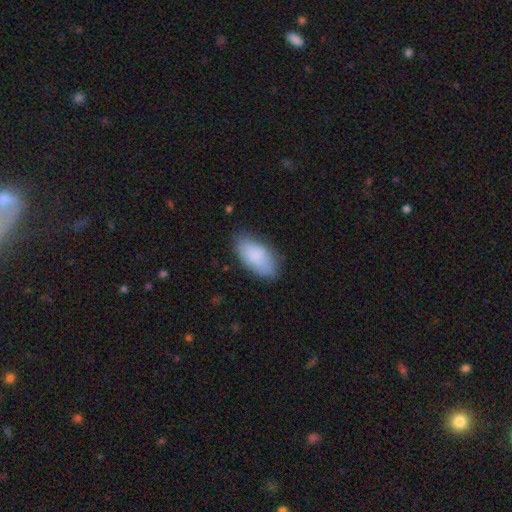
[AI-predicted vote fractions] Smooth or featured? Predicted: smooth (p=0.87). How rounded? Predicted: in between (p=0.93). Merging? Predicted: none (p=0.78).